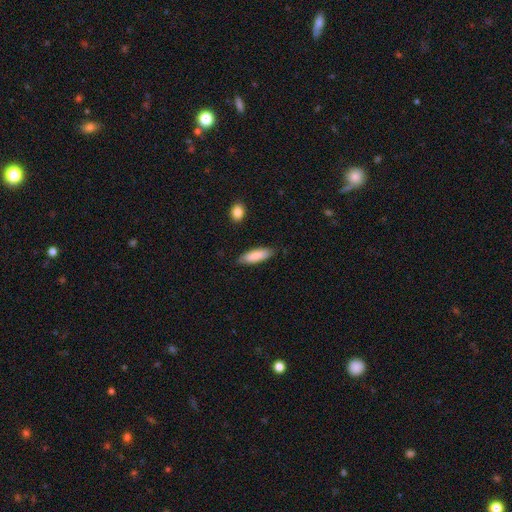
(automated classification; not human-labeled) smooth-or-featured: smooth: 85% | featured or disk: 10% | star or artifact: 6%
  how-rounded: in between: 57% | cigar-shaped: 41% | round: 2%
  merging: none: 82% | minor disturbance: 14% | major disturbance: 2% | merger: 2%